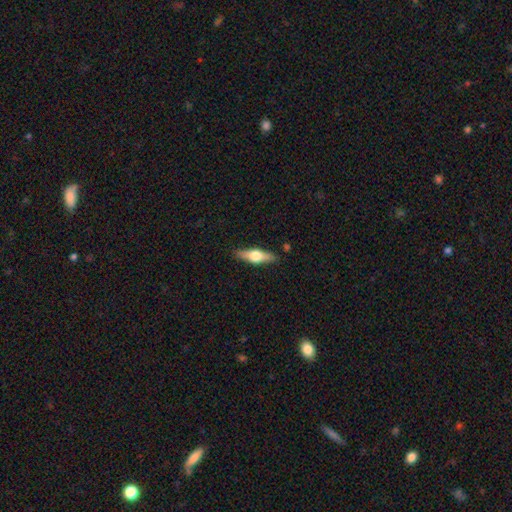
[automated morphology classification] Overall: featured or disk (51%; smooth 43%). Edge-on disk: yes (93%). Merging: none (87%).